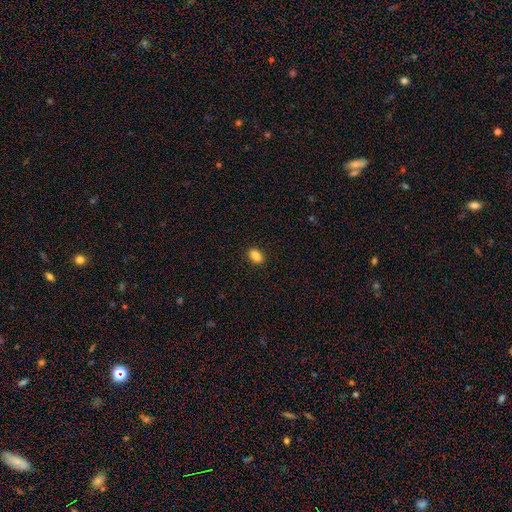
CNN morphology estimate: Smooth or featured? smooth (87%)
How rounded? in between (87%)
Merging? none (89%)